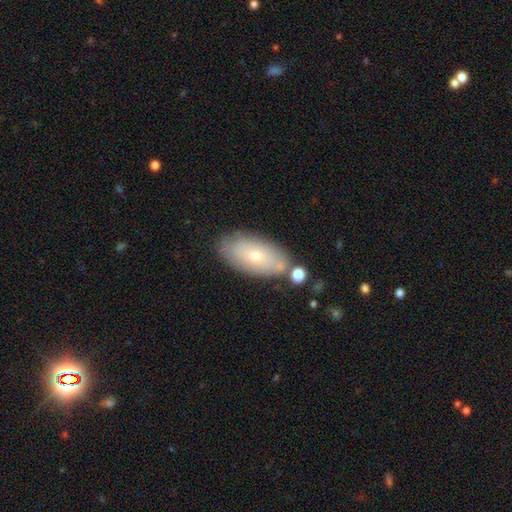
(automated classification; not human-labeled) Smooth or featured?
  - smooth: 65% *
  - featured or disk: 28%
  - star or artifact: 7%
How rounded?
  - in between: 91% *
  - cigar-shaped: 6%
  - round: 3%
Merging?
  - none: 74% *
  - minor disturbance: 15%
  - merger: 7%
  - major disturbance: 4%